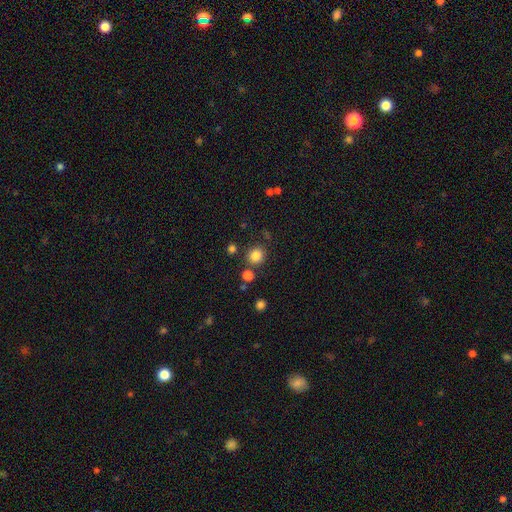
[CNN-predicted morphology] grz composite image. It shows a smooth galaxy with no disk features (83%) that is round (90%). Merging: none (81%).